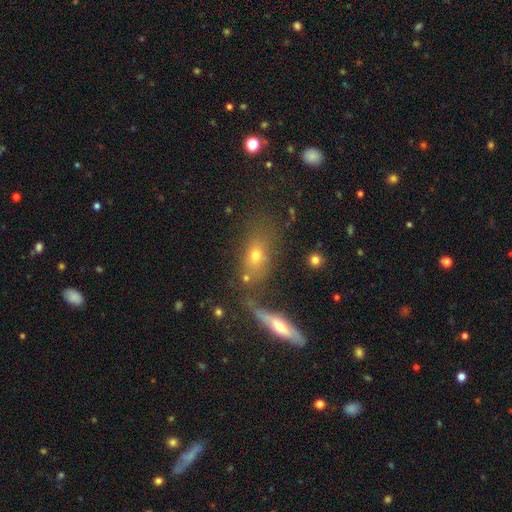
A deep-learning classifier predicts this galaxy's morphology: Smooth or featured?
  - smooth: 61% *
  - featured or disk: 24%
  - star or artifact: 15%
How rounded?
  - in between: 67% *
  - round: 20%
  - cigar-shaped: 13%
Merging?
  - none: 56% *
  - merger: 20%
  - minor disturbance: 15%
  - major disturbance: 9%